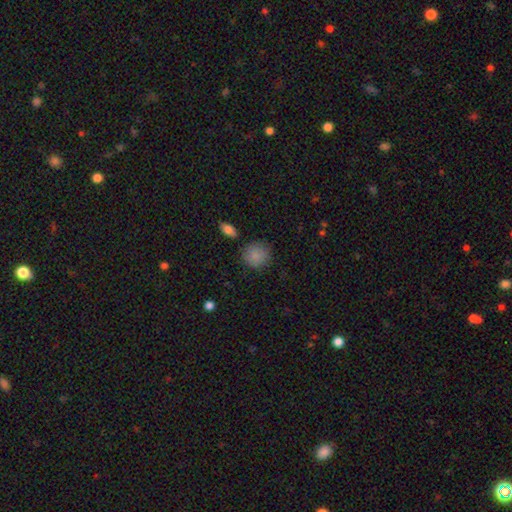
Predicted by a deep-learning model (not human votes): smooth_or_featured: smooth (p=0.86) [alt: star or artifact p=0.09]
how_rounded: round (p=0.87) [alt: in between p=0.12]
merging: none (p=0.82) [alt: minor disturbance p=0.12]